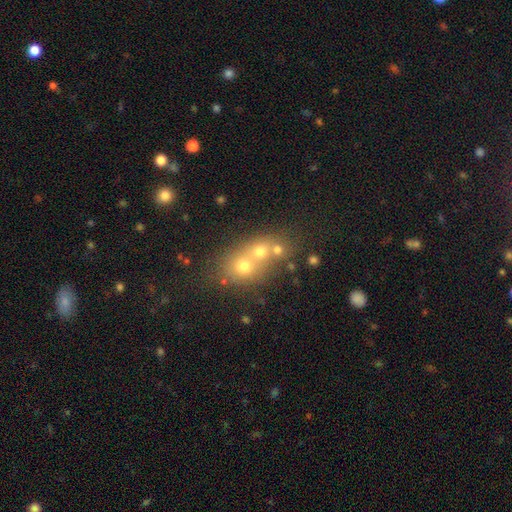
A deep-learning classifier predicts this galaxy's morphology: Overall: smooth (55%; featured or disk 26%). How rounded: round (68%; in between 30%). Merging: merger (60%; none 30%).